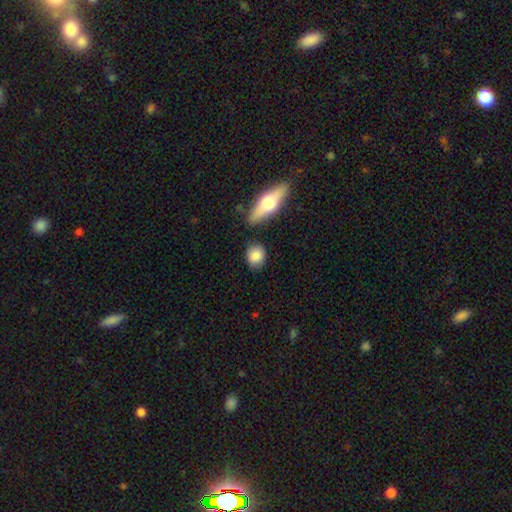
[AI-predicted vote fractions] Overall: smooth (85%). How rounded: round (56%; in between 41%). Merging: none (77%).